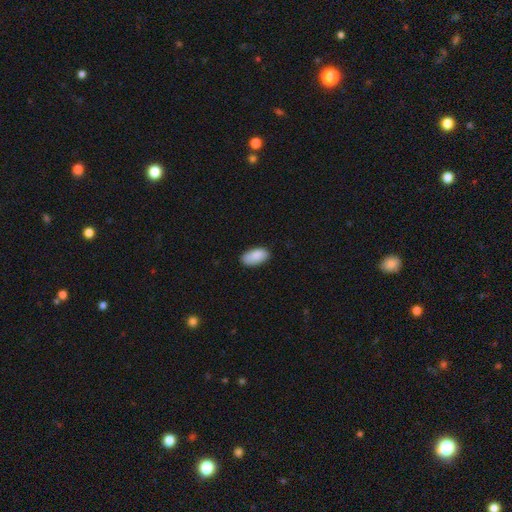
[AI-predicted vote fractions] Q: Smooth or featured?
A: smooth (88%); runner-up: star or artifact (6%)
Q: How rounded?
A: in between (95%); runner-up: cigar-shaped (3%)
Q: Merging?
A: none (82%); runner-up: minor disturbance (15%)